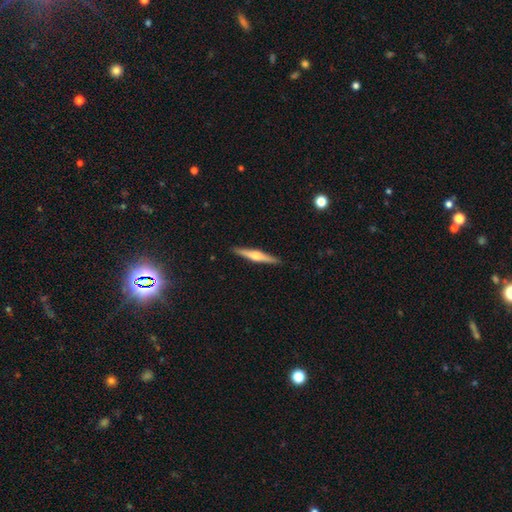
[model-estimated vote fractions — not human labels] Q: Smooth or featured?
A: featured or disk (65%); runner-up: smooth (30%)
Q: Edge-on disk?
A: yes (98%); runner-up: no (2%)
Q: Edge-on bulge?
A: rounded (90%); runner-up: boxy (5%)
Q: Merging?
A: none (91%); runner-up: minor disturbance (6%)